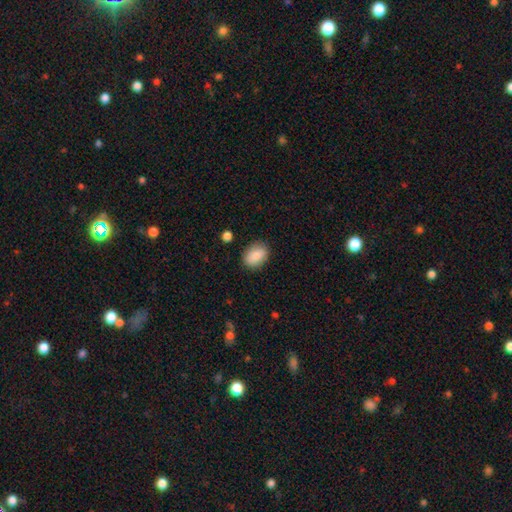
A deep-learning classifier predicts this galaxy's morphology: A smooth galaxy with no disk features (85%) that is in between round and cigar-shaped (78%). Merging: none (84%).